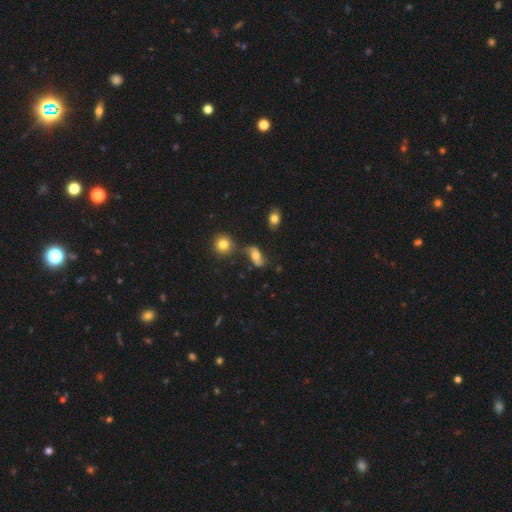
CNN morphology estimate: type=smooth (45%); merging=none (57%).